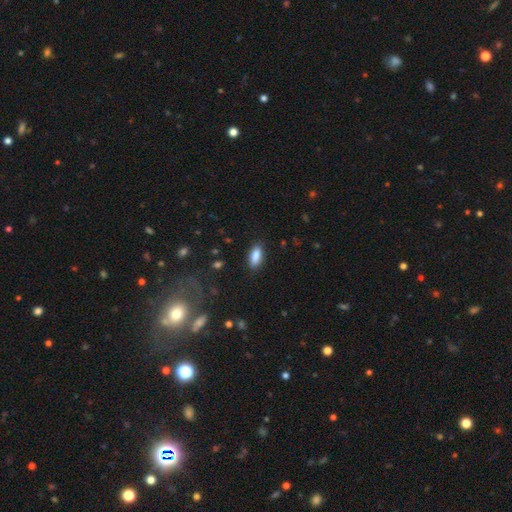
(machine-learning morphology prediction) Overall: smooth (87%). How rounded: in between (84%). Merging: none (86%).